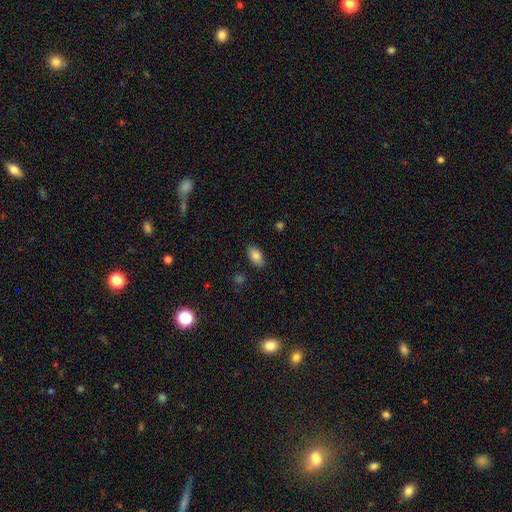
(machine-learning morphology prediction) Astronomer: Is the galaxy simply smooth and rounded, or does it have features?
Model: smooth — 83%.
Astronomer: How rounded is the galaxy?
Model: in between — 92%.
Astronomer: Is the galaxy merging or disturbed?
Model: none — 86%.